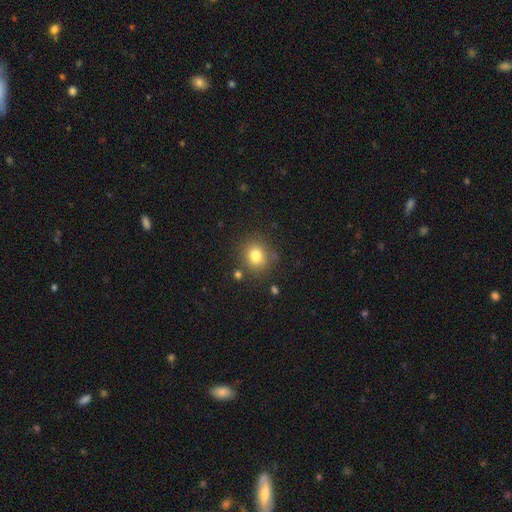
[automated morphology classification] Smooth or featured?
  - smooth: 79% *
  - star or artifact: 12%
  - featured or disk: 8%
How rounded?
  - round: 80% *
  - in between: 19%
  - cigar-shaped: 1%
Merging?
  - none: 81% *
  - minor disturbance: 10%
  - merger: 5%
  - major disturbance: 4%